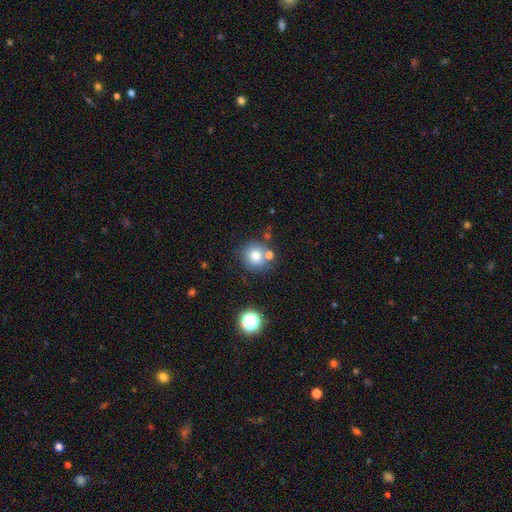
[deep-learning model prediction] Smooth or featured? Predicted: smooth (p=0.76). How rounded? Predicted: round (p=0.89). Merging? Predicted: none (p=0.70).